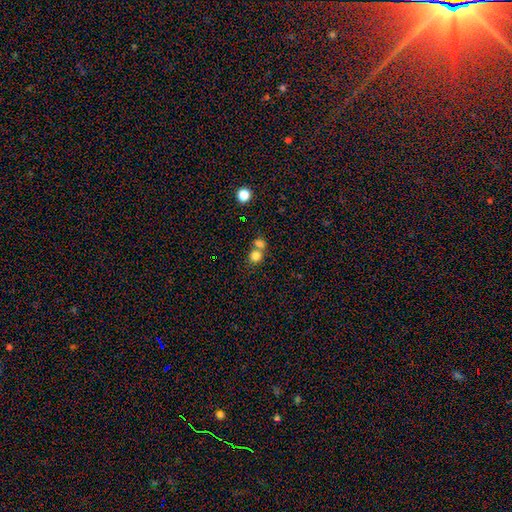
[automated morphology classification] A smooth galaxy with no disk features (79%) that is round (79%).

Vote fractions:
- Smooth or featured? smooth: 79% / star or artifact: 12% / featured or disk: 8%
- How rounded? round: 79% / in between: 20% / cigar-shaped: 1%
- Merging? merger: 48% / none: 42% / minor disturbance: 6% / major disturbance: 3%